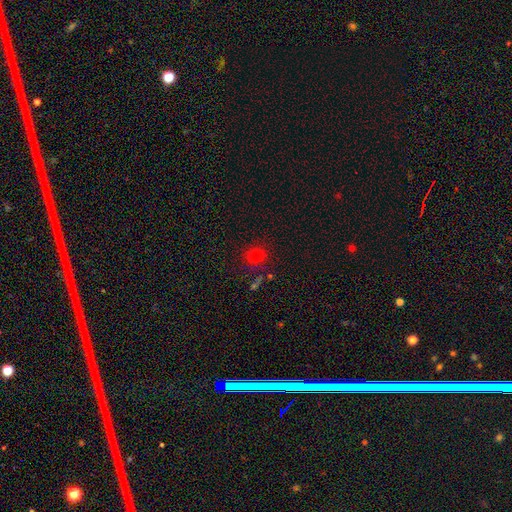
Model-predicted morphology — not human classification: The model was most divided on "smooth or featured": smooth: 74%, star or artifact: 19%, featured or disk: 7%. More confident: how rounded — round (85%); merging — none (81%).